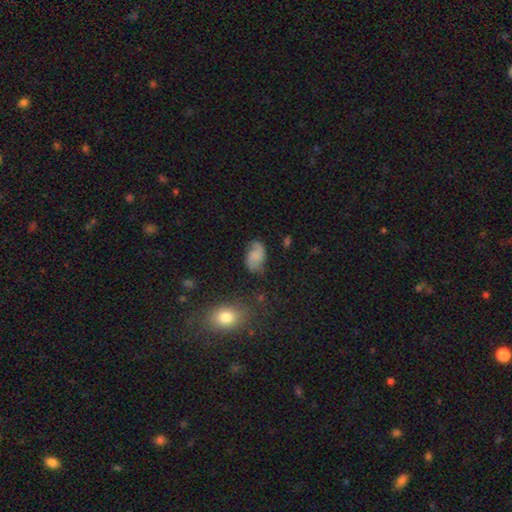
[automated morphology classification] This appears to be a featured or disk galaxy (45%). Merging: none (62%).